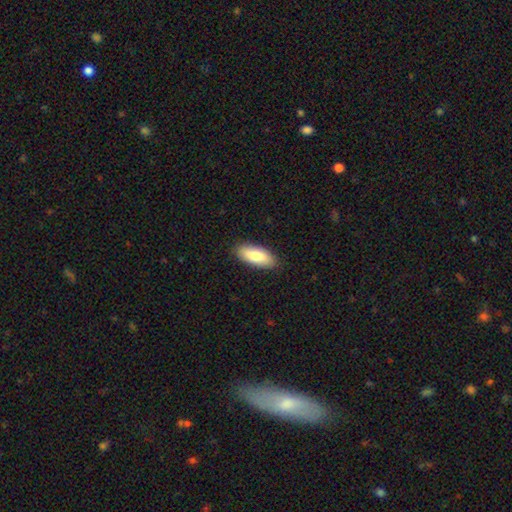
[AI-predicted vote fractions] smooth_or_featured: smooth (p=0.81) [alt: featured or disk p=0.14]
how_rounded: in between (p=0.83) [alt: cigar-shaped p=0.15]
merging: none (p=0.89) [alt: minor disturbance p=0.09]